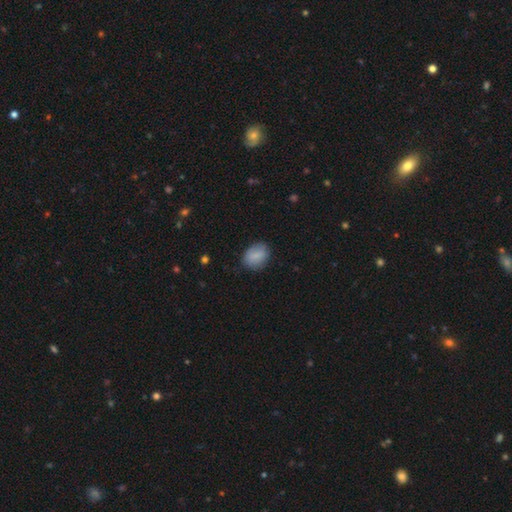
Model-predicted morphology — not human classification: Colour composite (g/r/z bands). It shows a smooth galaxy with no disk features (84%) that is in between round and cigar-shaped (68%). Merging: none (79%).